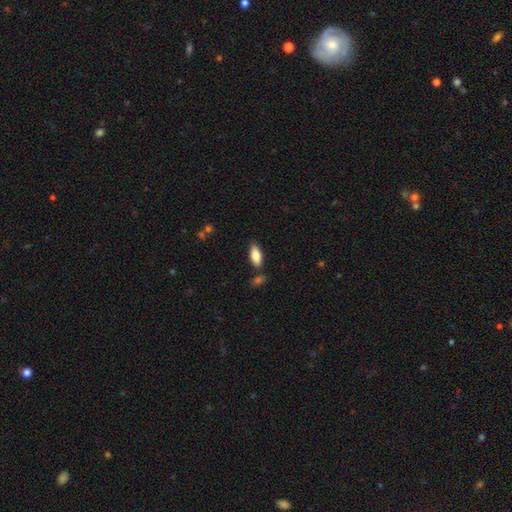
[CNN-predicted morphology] smooth 82%, featured or disk 12%, star or artifact 6%. Down the decision tree: how rounded — in between (85%); merging — none (80%).